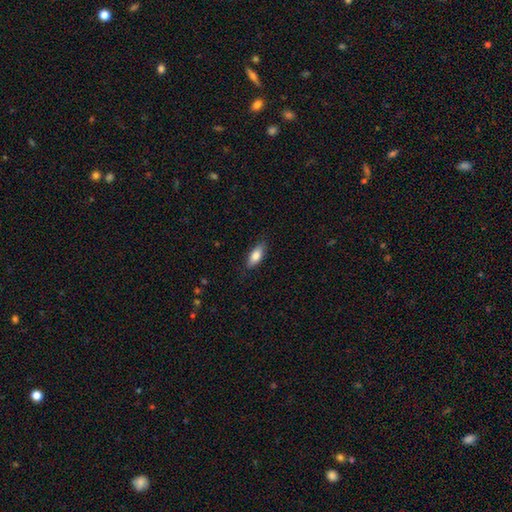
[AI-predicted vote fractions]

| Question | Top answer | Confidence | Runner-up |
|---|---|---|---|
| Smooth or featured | smooth | 79% | featured or disk (14%) |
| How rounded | in between | 78% | cigar-shaped (19%) |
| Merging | none | 83% | minor disturbance (13%) |